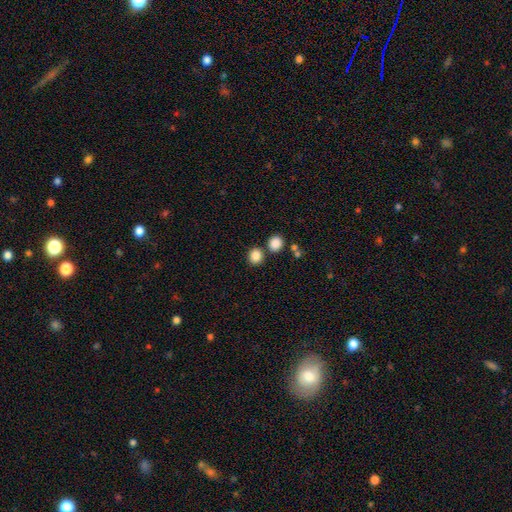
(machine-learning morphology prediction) Smooth or featured: smooth — 85% (star or artifact — 11%)
How rounded: round — 78% (in between — 22%)
Merging: none — 74% (merger — 15%)